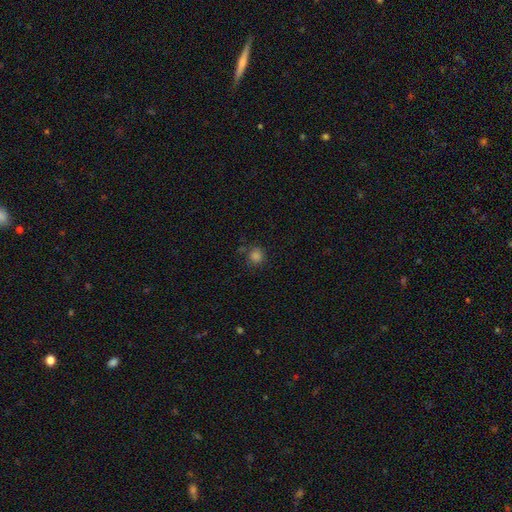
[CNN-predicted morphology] smooth 79%, star or artifact 17%, featured or disk 4%. Down the decision tree: how rounded — round (92%); merging — none (80%).